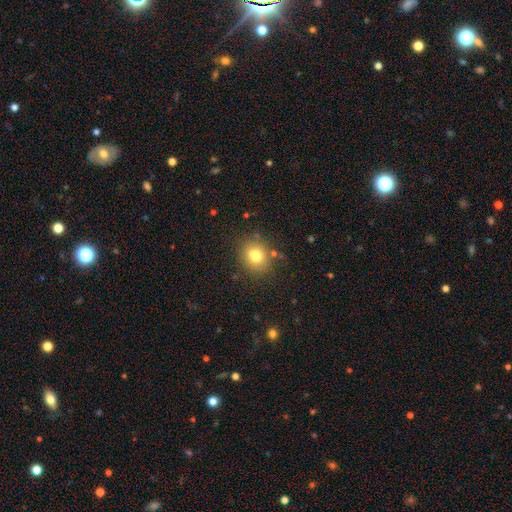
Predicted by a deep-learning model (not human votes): Morphology: type=smooth (77%); roundness=round (71%); merging=none (80%).